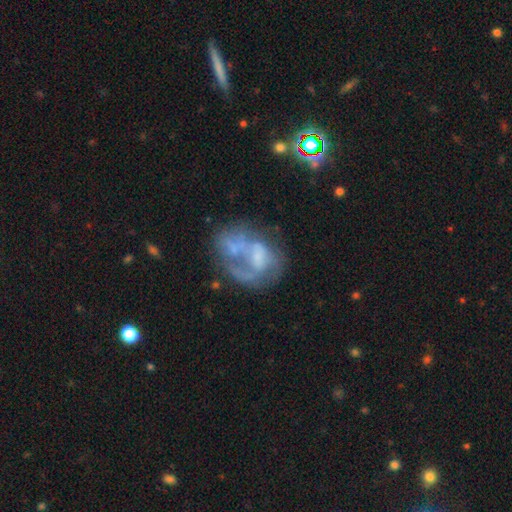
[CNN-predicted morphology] A featured or disk galaxy (62%) with no bar (76%), no spiral arms (73%) and no central bulge (51%).

Vote fractions:
- Smooth or featured? featured or disk: 62% / smooth: 26% / star or artifact: 12%
- Edge-on disk? no: 98% / yes: 2%
- Bar? no: 76% / weak: 19% / strong: 5%
- Spiral arms? no: 73% / yes: 27%
- Bulge size? none: 51% / small: 24% / moderate: 20% / large: 4% / dominant: 1%
- Merging? major disturbance: 34% / none: 28% / merger: 22% / minor disturbance: 16%